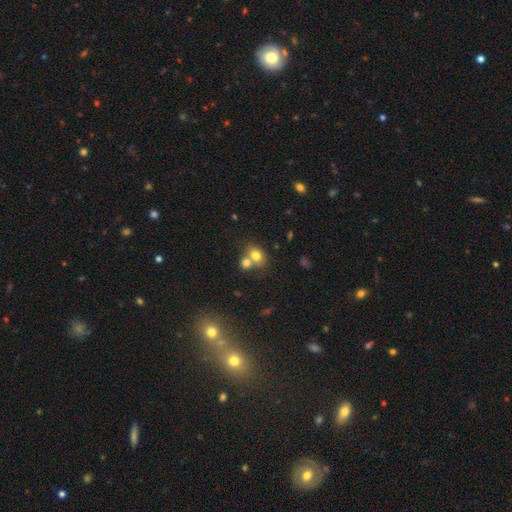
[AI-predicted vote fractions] Smooth or featured? Predicted: smooth (p=0.75). How rounded? Predicted: round (p=0.58). Merging? Predicted: merger (p=0.50).